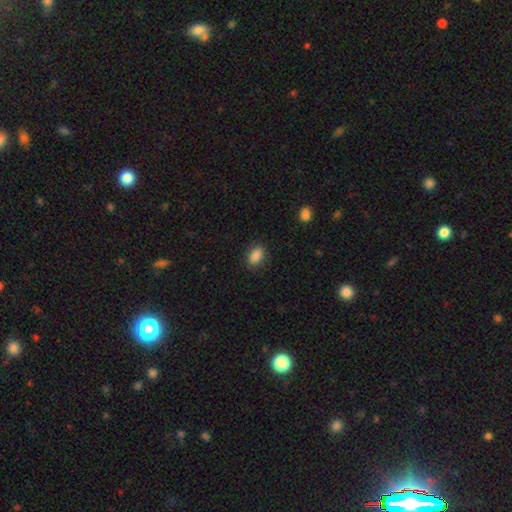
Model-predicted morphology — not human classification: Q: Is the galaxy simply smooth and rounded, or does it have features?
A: smooth — 87%.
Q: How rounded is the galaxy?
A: in between — 86%.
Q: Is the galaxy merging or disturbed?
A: none — 86%.